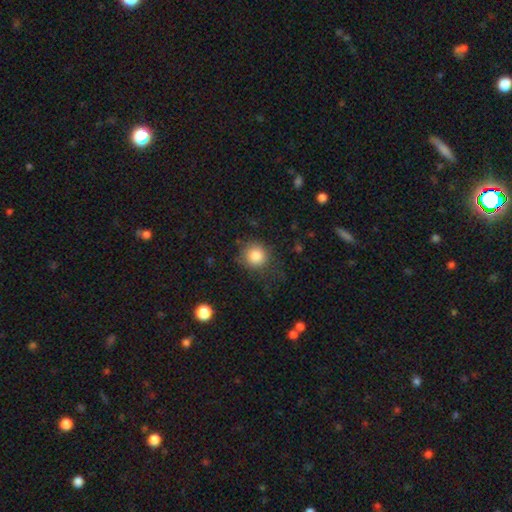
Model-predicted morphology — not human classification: Smooth or featured? Predicted: smooth (p=0.85). How rounded? Predicted: round (p=0.89). Merging? Predicted: none (p=0.74).